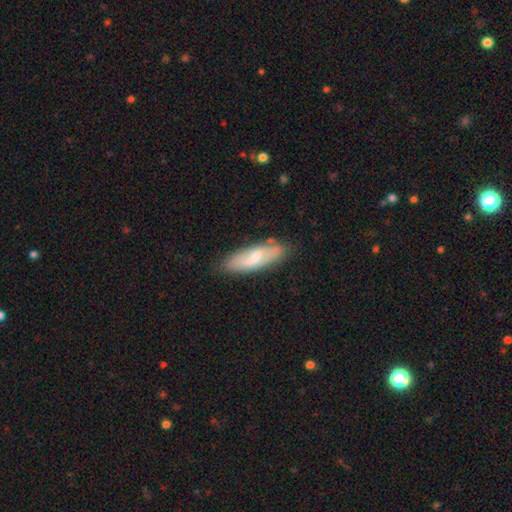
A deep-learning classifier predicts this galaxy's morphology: smooth 55%, featured or disk 39%, star or artifact 6%. Down the decision tree: how rounded — in between (64%); merging — none (77%).